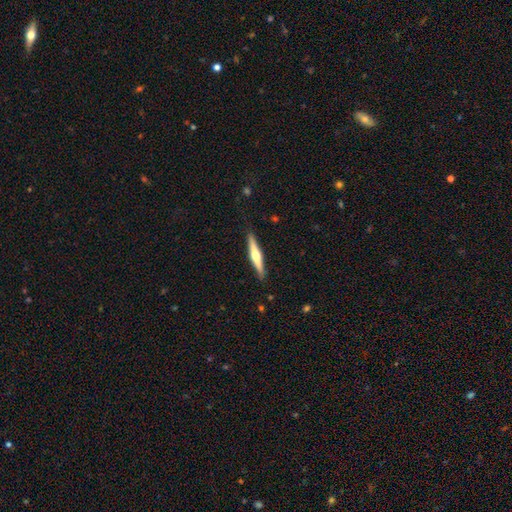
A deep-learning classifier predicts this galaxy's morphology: Smooth or featured? Predicted: featured or disk (p=0.62). Edge-on disk? Predicted: yes (p=0.97). Edge-on bulge? Predicted: rounded (p=0.89). Merging? Predicted: none (p=0.90).